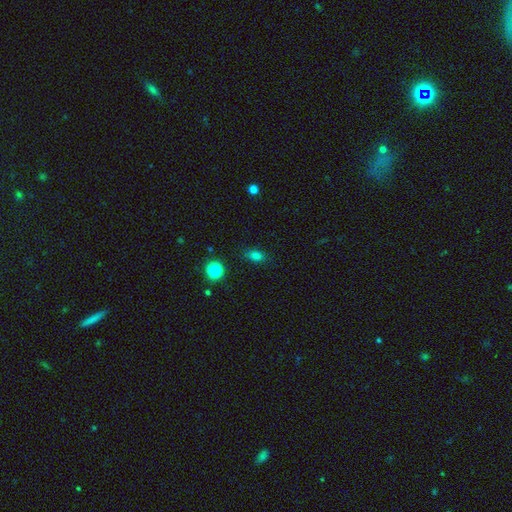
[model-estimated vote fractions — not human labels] A smooth galaxy with no disk features (78%) that is in between round and cigar-shaped (76%).

Vote fractions:
- Smooth or featured? smooth: 78% / star or artifact: 16% / featured or disk: 6%
- How rounded? in between: 76% / round: 19% / cigar-shaped: 5%
- Merging? none: 81% / minor disturbance: 14% / major disturbance: 4% / merger: 2%